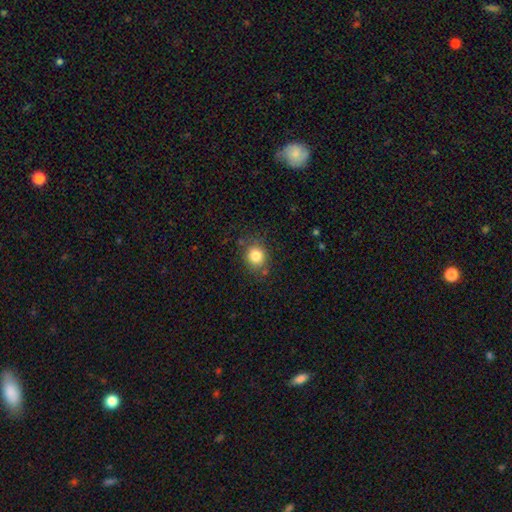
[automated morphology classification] A smooth galaxy with no disk features (83%) that is round (78%). Merging: none (79%).